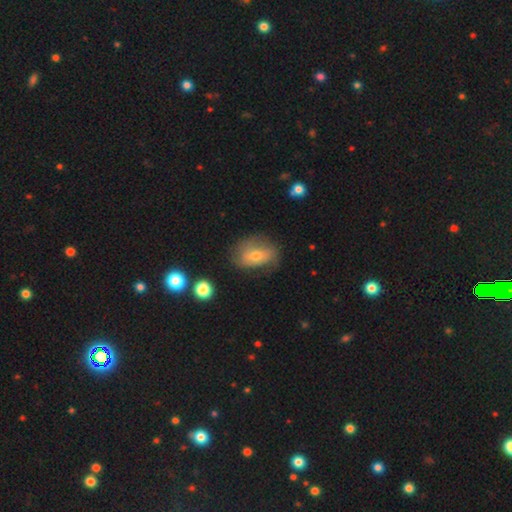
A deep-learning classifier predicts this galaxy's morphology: Q: Smooth or featured?
A: smooth (51%); runner-up: featured or disk (40%)
Q: How rounded?
A: in between (77%); runner-up: round (21%)
Q: Merging?
A: none (56%); runner-up: minor disturbance (29%)